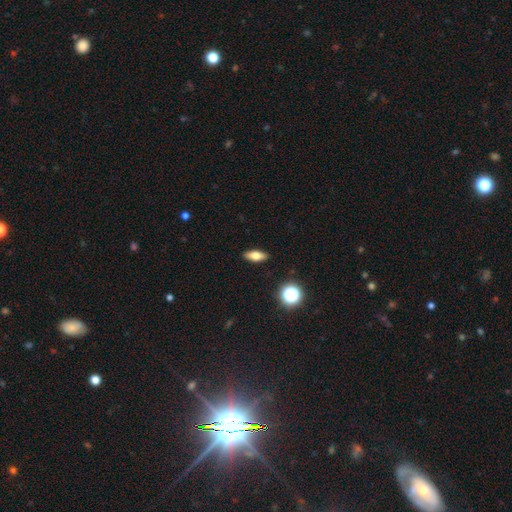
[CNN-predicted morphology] Smooth or featured?
  - smooth: 68% *
  - featured or disk: 22%
  - star or artifact: 10%
How rounded?
  - in between: 71% *
  - cigar-shaped: 24%
  - round: 6%
Merging?
  - none: 90% *
  - minor disturbance: 7%
  - major disturbance: 2%
  - merger: 1%